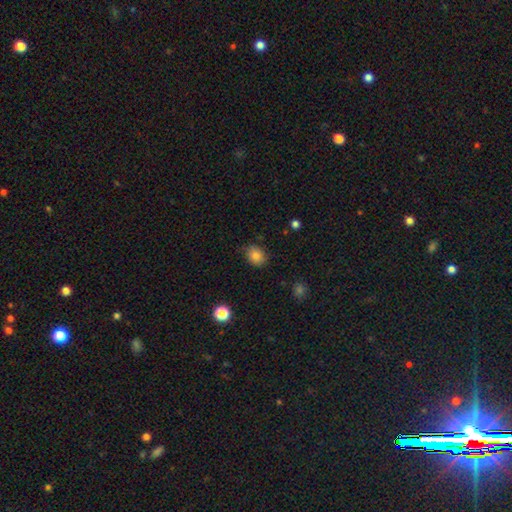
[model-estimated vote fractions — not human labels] Smooth or featured?
  - smooth: 83% *
  - star or artifact: 10%
  - featured or disk: 6%
How rounded?
  - in between: 52% *
  - round: 47%
  - cigar-shaped: 1%
Merging?
  - none: 78% *
  - minor disturbance: 17%
  - major disturbance: 3%
  - merger: 1%